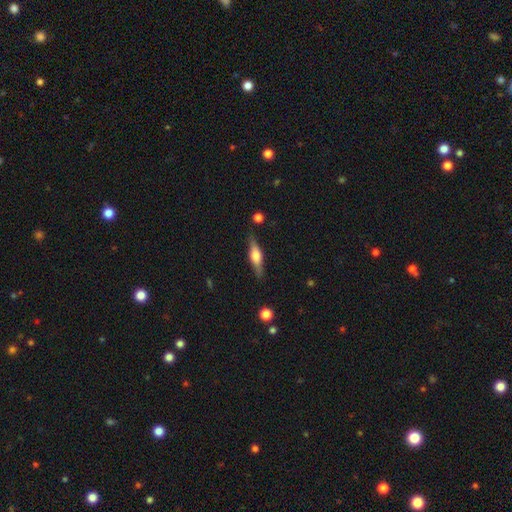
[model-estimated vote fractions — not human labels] Q: Smooth or featured?
A: featured or disk (59%); runner-up: smooth (34%)
Q: Edge-on disk?
A: yes (95%); runner-up: no (5%)
Q: Edge-on bulge?
A: rounded (84%); runner-up: boxy (13%)
Q: Merging?
A: none (85%); runner-up: minor disturbance (11%)